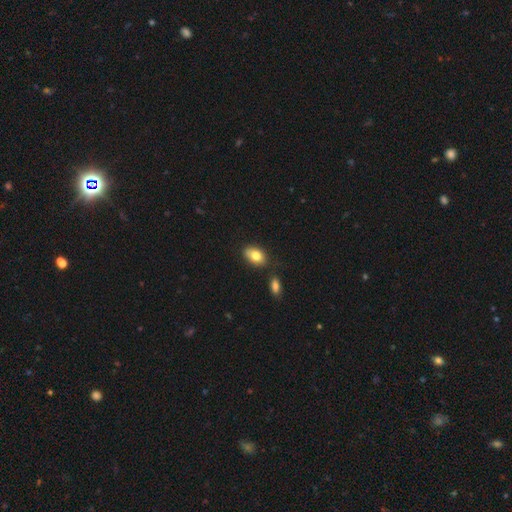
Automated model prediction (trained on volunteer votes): Smooth or featured: smooth — 80% (featured or disk — 13%)
How rounded: in between — 88% (round — 10%)
Merging: none — 76% (minor disturbance — 14%)